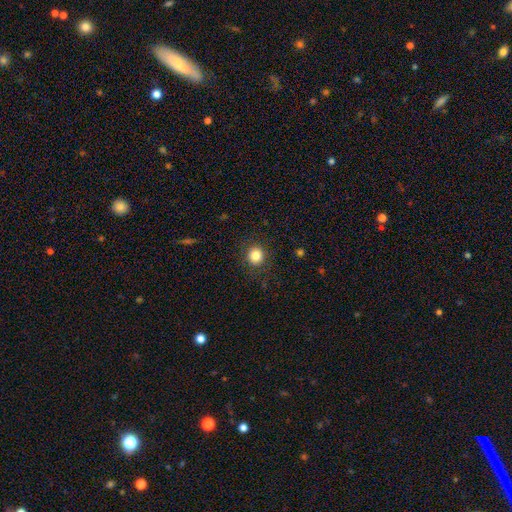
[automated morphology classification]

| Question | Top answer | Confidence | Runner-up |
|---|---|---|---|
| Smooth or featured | smooth | 84% | star or artifact (11%) |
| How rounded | round | 90% | in between (9%) |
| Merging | none | 89% | minor disturbance (7%) |